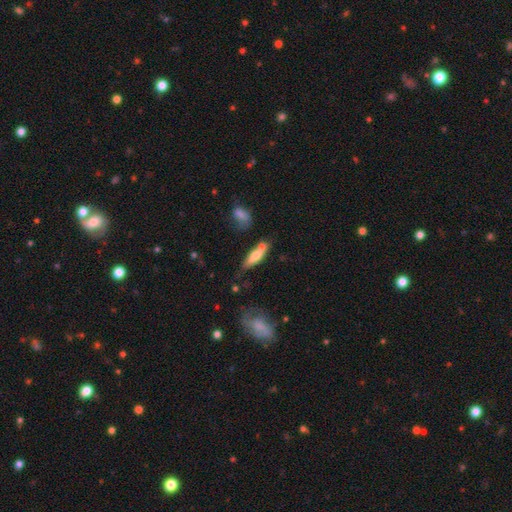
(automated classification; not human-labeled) smooth_or_featured: smooth (p=0.60) [alt: featured or disk p=0.34]
how_rounded: cigar-shaped (p=0.61) [alt: in between p=0.37]
merging: none (p=0.56) [alt: minor disturbance p=0.22]